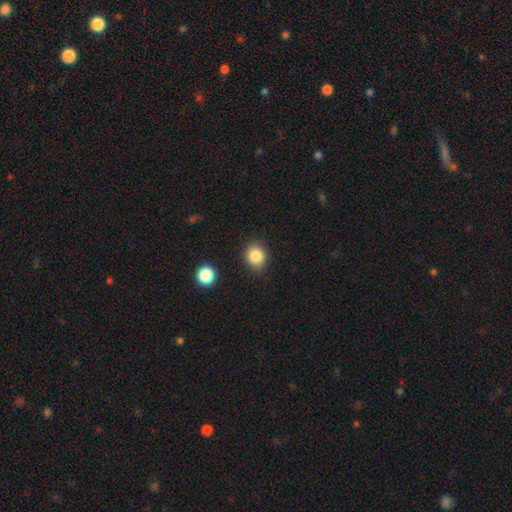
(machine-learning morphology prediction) A smooth galaxy with no disk features (85%) that is round (69%). Merging: none (86%).